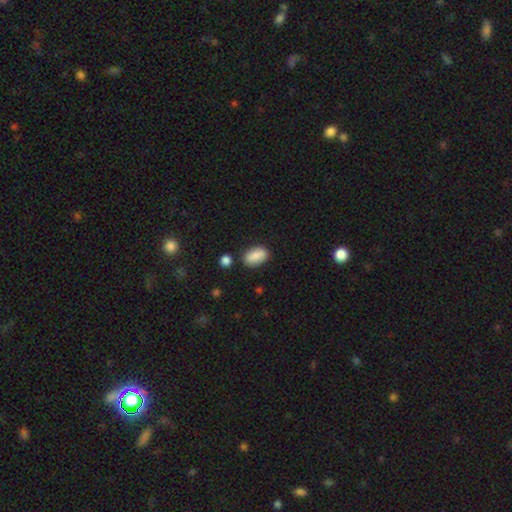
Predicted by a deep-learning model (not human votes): smooth 87%, star or artifact 7%, featured or disk 6%. Down the decision tree: how rounded — in between (91%); merging — none (79%).